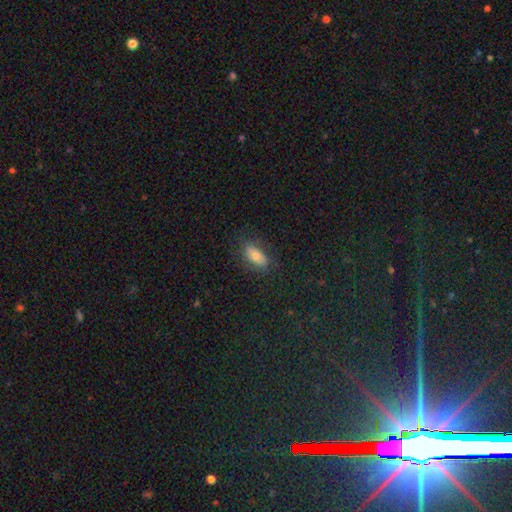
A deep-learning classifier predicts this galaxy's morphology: This is likely a smooth galaxy (72%). How rounded: clearly in between (87%). Merging: likely none (79%).